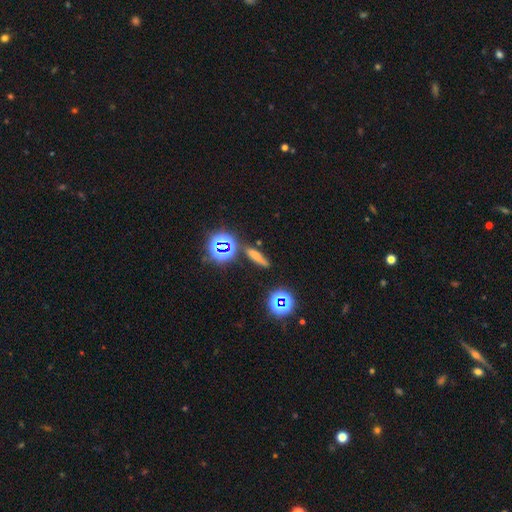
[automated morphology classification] The model was most divided on "smooth or featured": smooth: 58%, star or artifact: 26%, featured or disk: 17%. More confident: merging — none (78%); how rounded — cigar-shaped (71%).